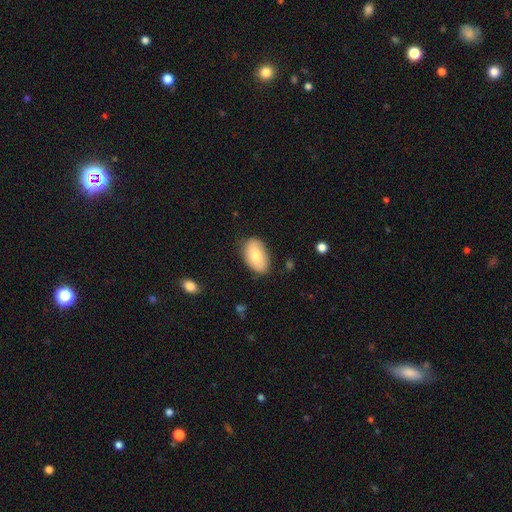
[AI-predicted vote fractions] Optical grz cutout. It shows a smooth galaxy with no disk features (79%) that is in between round and cigar-shaped (93%). Merging: none (80%).